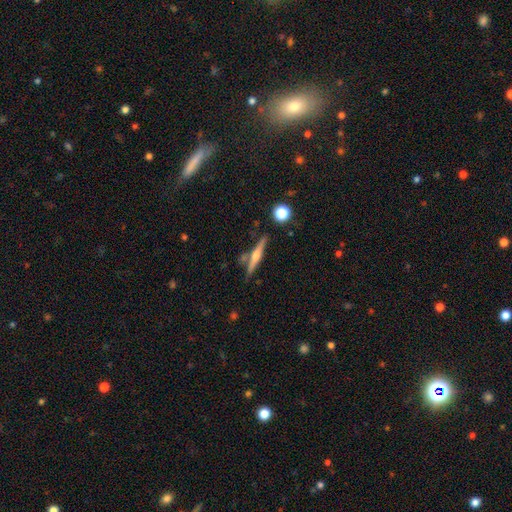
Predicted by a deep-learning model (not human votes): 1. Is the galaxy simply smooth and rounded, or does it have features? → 69% featured or disk, 24% smooth, 7% star or artifact.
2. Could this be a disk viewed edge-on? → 98% yes, 2% no.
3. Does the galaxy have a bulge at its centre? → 88% rounded, 7% none, 6% boxy.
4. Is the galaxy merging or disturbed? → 80% none, 10% minor disturbance, 7% merger, 2% major disturbance.